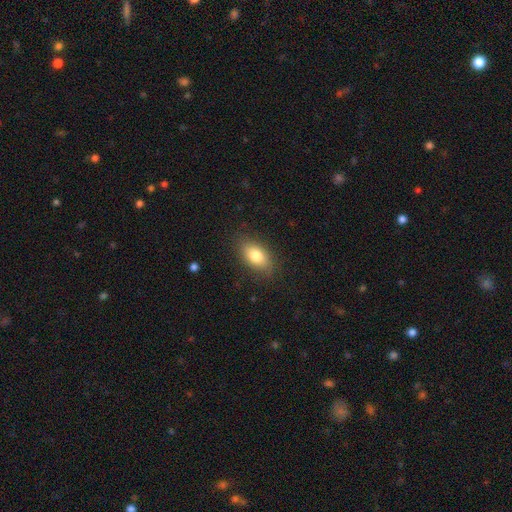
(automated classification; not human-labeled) This appears to be a smooth galaxy with no disk features (80%) that is in between round and cigar-shaped (88%). Merging: none (83%).